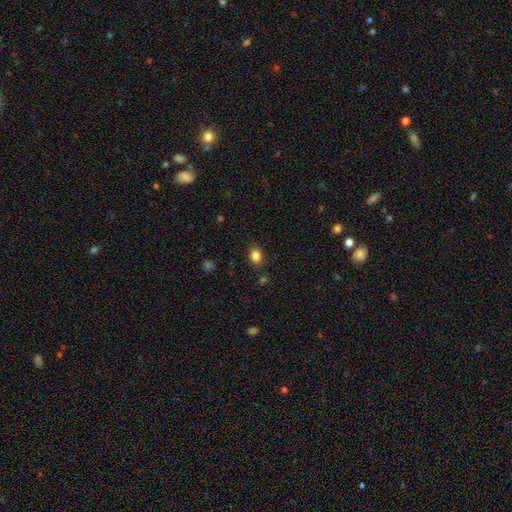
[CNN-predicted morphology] Smooth or featured?
  - smooth: 84% *
  - star or artifact: 11%
  - featured or disk: 5%
How rounded?
  - in between: 63% *
  - round: 36%
  - cigar-shaped: 1%
Merging?
  - none: 85% *
  - minor disturbance: 11%
  - major disturbance: 3%
  - merger: 2%